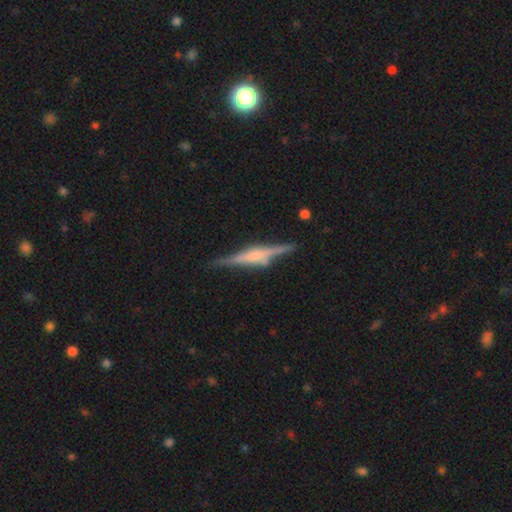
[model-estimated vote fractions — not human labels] A featured or disk galaxy (78%) viewed edge-on (97%) with a rounded central bulge (62%).

Vote fractions:
- Smooth or featured? featured or disk: 78% / smooth: 16% / star or artifact: 6%
- Edge-on disk? yes: 97% / no: 3%
- Edge-on bulge? rounded: 62% / boxy: 29% / none: 9%
- Merging? none: 83% / minor disturbance: 11% / major disturbance: 3% / merger: 3%